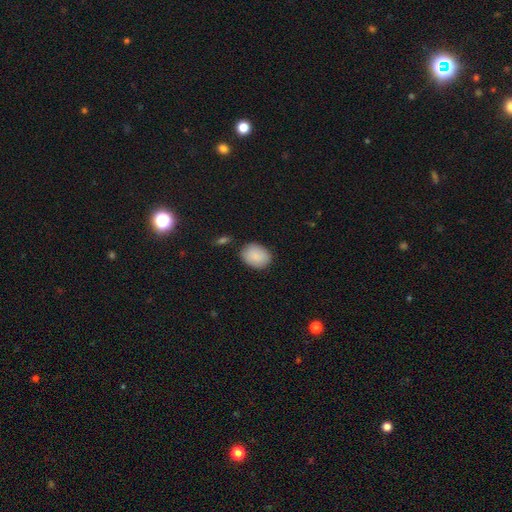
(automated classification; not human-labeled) Q: Smooth or featured?
A: smooth (89%); runner-up: star or artifact (6%)
Q: How rounded?
A: in between (62%); runner-up: round (37%)
Q: Merging?
A: none (82%); runner-up: minor disturbance (13%)